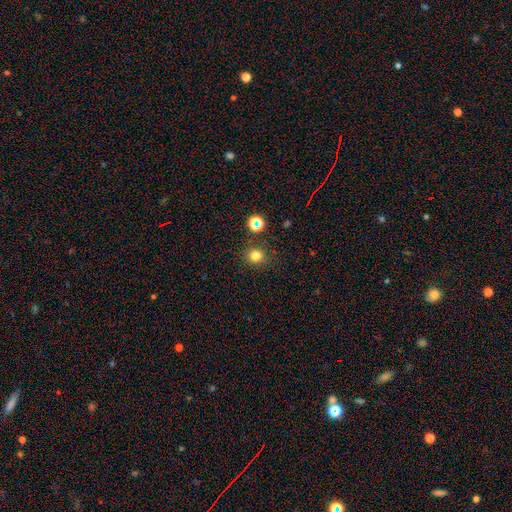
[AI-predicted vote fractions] Smooth or featured? Predicted: smooth (p=0.78). How rounded? Predicted: round (p=0.84). Merging? Predicted: none (p=0.86).